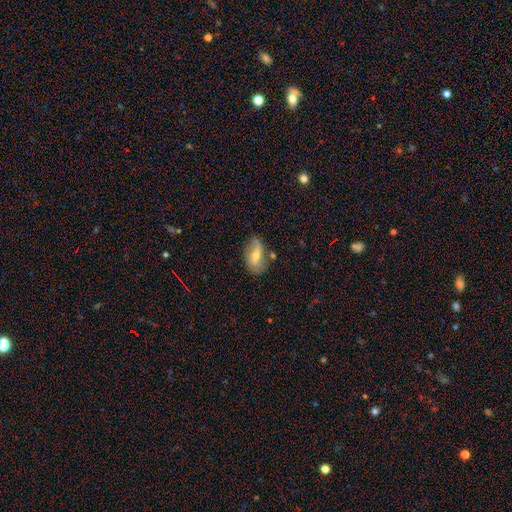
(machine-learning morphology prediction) type=featured or disk (54%); edge-on=no (91%); merging=none (67%).